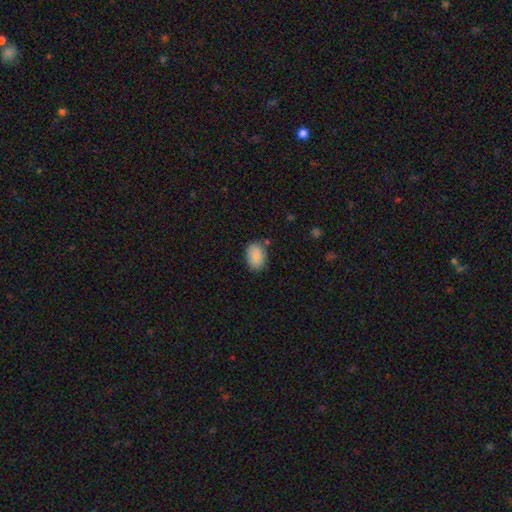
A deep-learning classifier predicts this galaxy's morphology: Overall: smooth (89%). How rounded: in between (83%). Merging: none (80%).